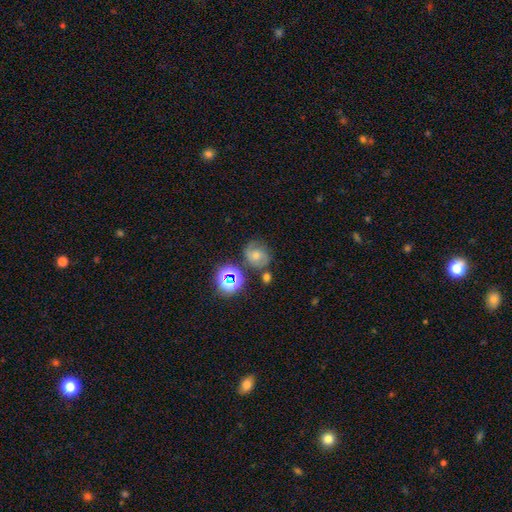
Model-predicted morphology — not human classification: Smooth or featured? Predicted: featured or disk (p=0.45). Merging? Predicted: none (p=0.70).